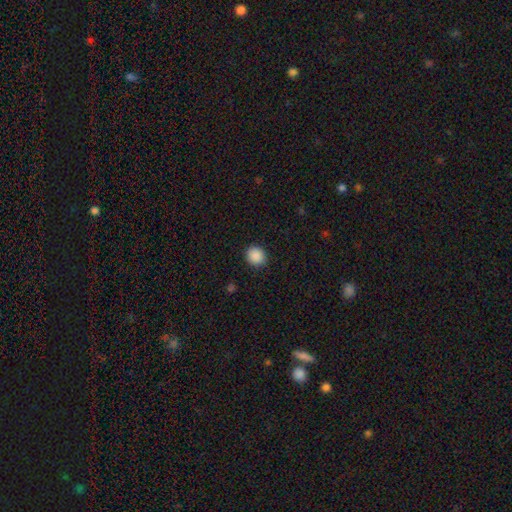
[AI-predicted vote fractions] A smooth galaxy with no disk features (89%) that is round (81%).

Vote fractions:
- Smooth or featured? smooth: 89% / star or artifact: 9% / featured or disk: 2%
- How rounded? round: 81% / in between: 18% / cigar-shaped: 1%
- Merging? none: 90% / minor disturbance: 7% / major disturbance: 2% / merger: 1%